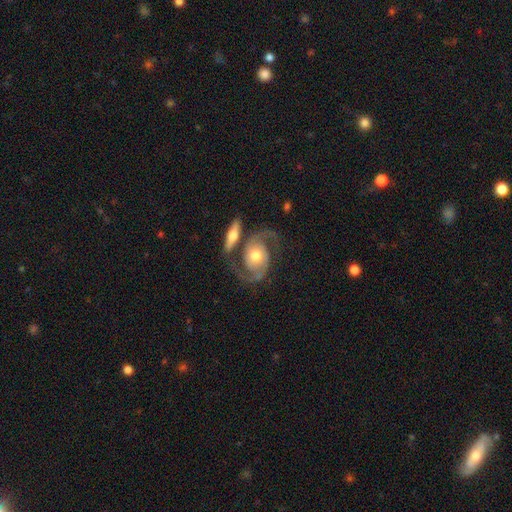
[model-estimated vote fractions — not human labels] Smooth or featured? featured or disk (89%)
Edge-on disk? no (97%)
Bar? no (69%)
Spiral arms? yes (98%)
Spiral winding? medium (56%)
Spiral arm count? 2 (93%)
Bulge size? moderate (68%)
Merging? none (61%)